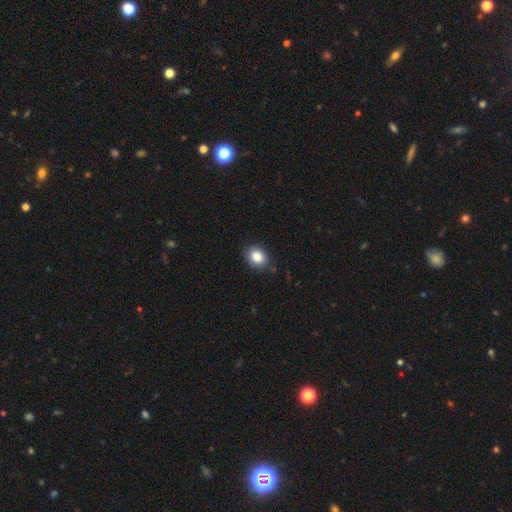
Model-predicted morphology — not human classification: Smooth or featured?
  - smooth: 86% *
  - star or artifact: 9%
  - featured or disk: 5%
How rounded?
  - round: 55% *
  - in between: 44%
  - cigar-shaped: 1%
Merging?
  - none: 84% *
  - minor disturbance: 12%
  - major disturbance: 3%
  - merger: 1%